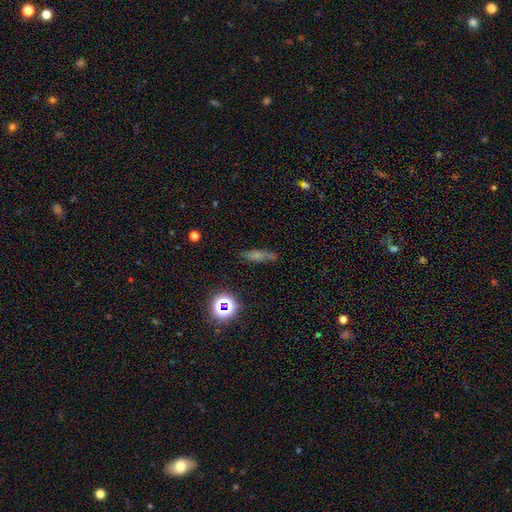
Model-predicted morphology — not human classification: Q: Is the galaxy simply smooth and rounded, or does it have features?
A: smooth — 44%.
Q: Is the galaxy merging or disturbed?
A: none — 77%.